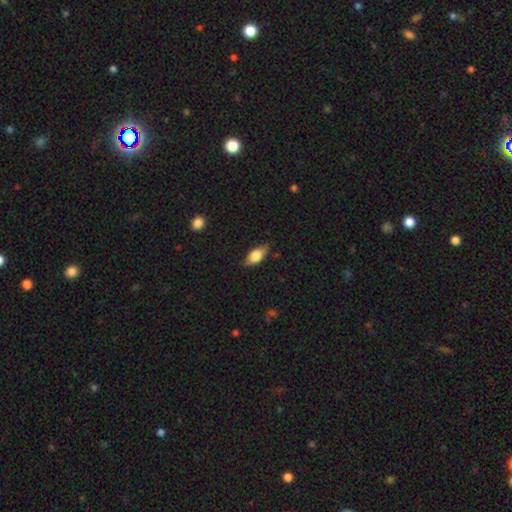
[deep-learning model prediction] Q: Smooth or featured?
A: smooth (66%); runner-up: featured or disk (27%)
Q: How rounded?
A: in between (83%); runner-up: cigar-shaped (11%)
Q: Merging?
A: none (77%); runner-up: minor disturbance (18%)